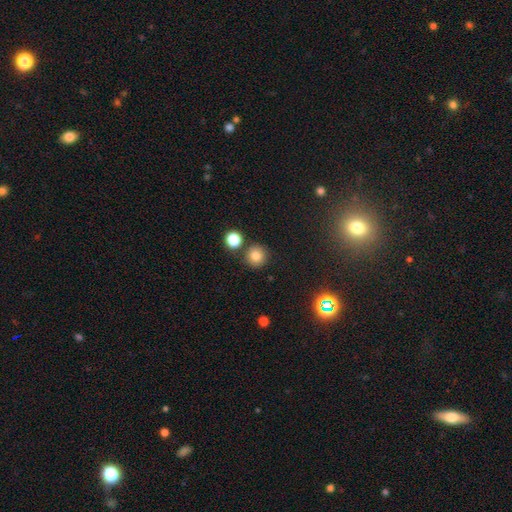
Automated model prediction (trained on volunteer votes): The model was most divided on "smooth or featured": smooth: 79%, star or artifact: 14%, featured or disk: 7%. More confident: how rounded — round (93%); merging — none (83%).